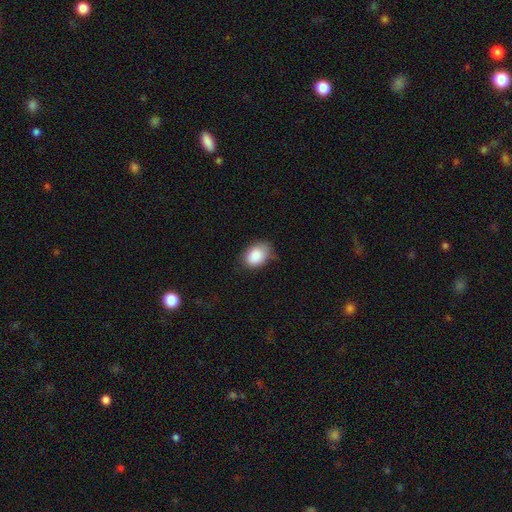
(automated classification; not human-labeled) A smooth galaxy with no disk features (87%) that is in between round and cigar-shaped (76%).

Vote fractions:
- Smooth or featured? smooth: 87% / star or artifact: 7% / featured or disk: 6%
- How rounded? in between: 76% / round: 23% / cigar-shaped: 1%
- Merging? none: 61% / minor disturbance: 31% / major disturbance: 7% / merger: 2%